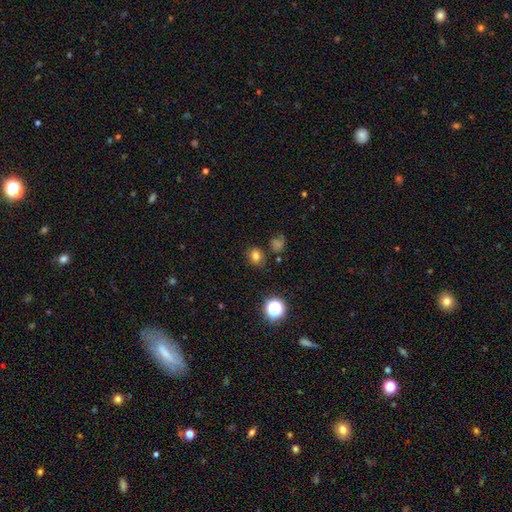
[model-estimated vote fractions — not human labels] Smooth or featured? smooth (74%)
How rounded? round (53%)
Merging? none (79%)